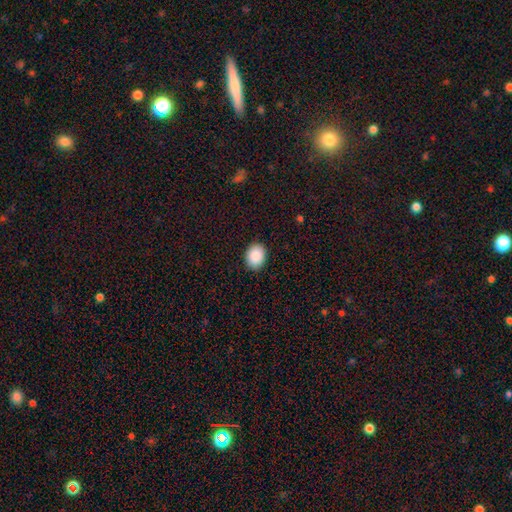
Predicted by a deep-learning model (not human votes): A smooth galaxy with no disk features (89%) that is in between round and cigar-shaped (62%).

Vote fractions:
- Smooth or featured? smooth: 89% / star or artifact: 7% / featured or disk: 4%
- How rounded? in between: 62% / round: 37% / cigar-shaped: 1%
- Merging? none: 90% / minor disturbance: 7% / major disturbance: 2% / merger: 1%